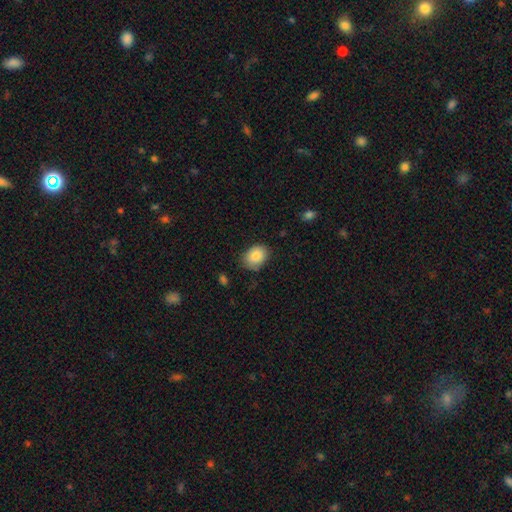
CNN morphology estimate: smooth_or_featured: smooth (p=0.85) [alt: star or artifact p=0.07]
how_rounded: in between (p=0.70) [alt: round p=0.29]
merging: none (p=0.77) [alt: minor disturbance p=0.18]